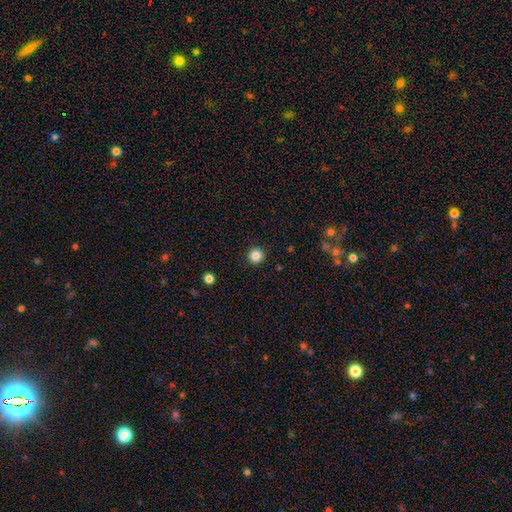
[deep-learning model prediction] smooth 85%, star or artifact 11%, featured or disk 4%. Down the decision tree: how rounded — round (96%); merging — none (93%).